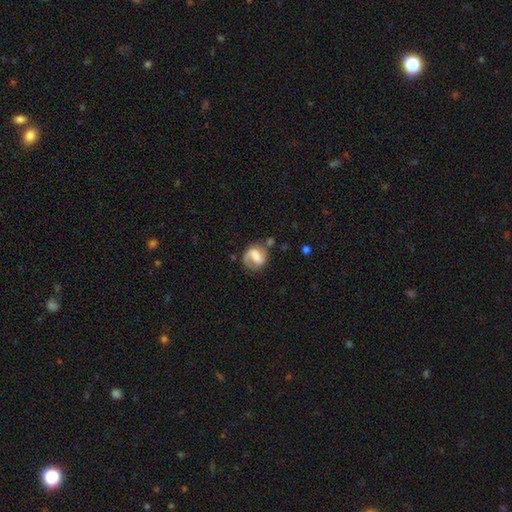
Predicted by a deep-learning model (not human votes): Overall: featured or disk (75%). Edge-on disk: no (98%). Bar: weak (45%; strong 35%). Spiral arms: yes (92%). Spiral arm count: 2 (71%). Spiral winding: medium (47%; loose 28%). Bulge size: moderate (33%; small 24%). Merging: none (63%).